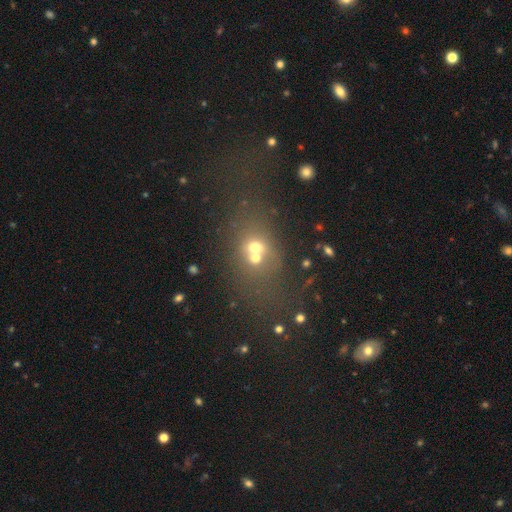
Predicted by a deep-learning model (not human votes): Smooth or featured? Predicted: smooth (p=0.49). Merging? Predicted: merger (p=0.48).